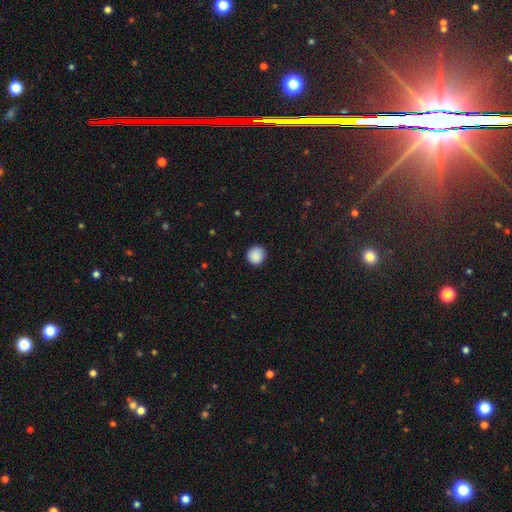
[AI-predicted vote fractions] Q: Smooth or featured?
A: smooth (89%); runner-up: star or artifact (9%)
Q: How rounded?
A: round (91%); runner-up: in between (8%)
Q: Merging?
A: none (88%); runner-up: minor disturbance (9%)